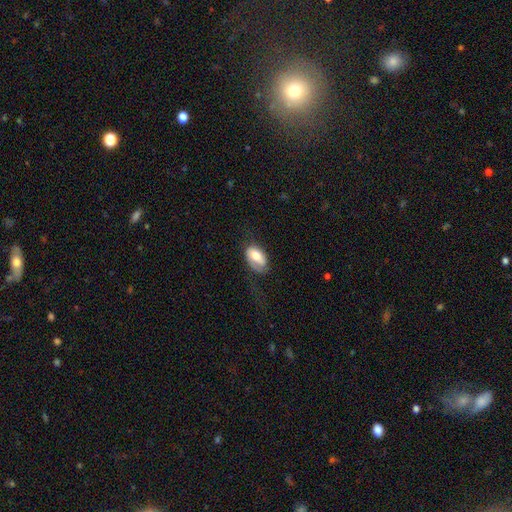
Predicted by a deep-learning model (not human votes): Smooth or featured? smooth (63%)
How rounded? in between (92%)
Merging? none (43%)